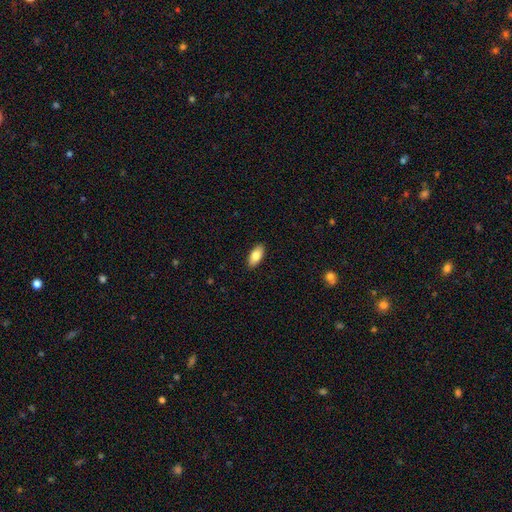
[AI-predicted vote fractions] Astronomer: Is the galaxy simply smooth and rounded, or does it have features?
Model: smooth — 82%.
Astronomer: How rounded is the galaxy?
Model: in between — 88%.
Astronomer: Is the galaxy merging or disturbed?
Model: none — 90%.